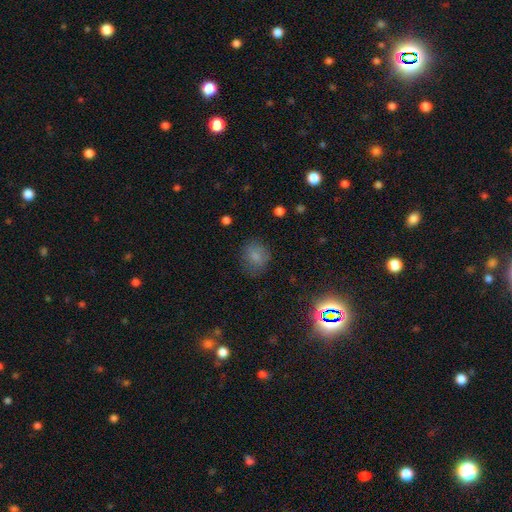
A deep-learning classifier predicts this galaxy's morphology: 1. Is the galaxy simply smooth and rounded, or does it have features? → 78% smooth, 12% star or artifact, 10% featured or disk.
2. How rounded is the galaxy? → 69% round, 30% in between, 1% cigar-shaped.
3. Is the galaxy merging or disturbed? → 73% none, 18% minor disturbance, 8% major disturbance, 2% merger.